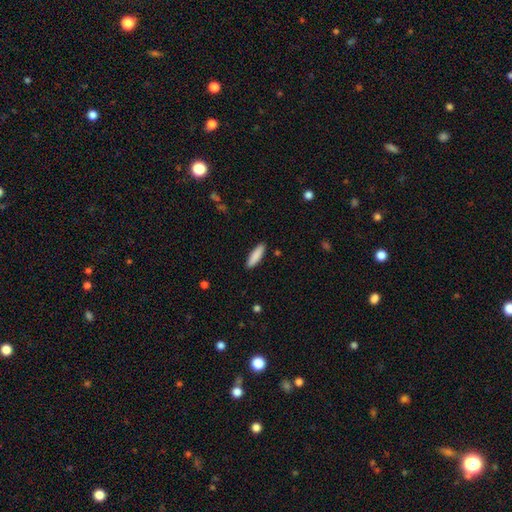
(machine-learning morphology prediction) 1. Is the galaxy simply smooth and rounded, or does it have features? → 87% smooth, 7% featured or disk, 6% star or artifact.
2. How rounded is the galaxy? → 69% cigar-shaped, 30% in between, 1% round.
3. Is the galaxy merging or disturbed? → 90% none, 7% minor disturbance, 2% major disturbance, 1% merger.